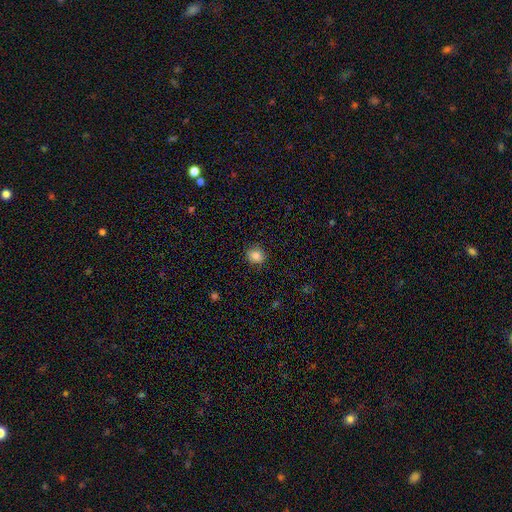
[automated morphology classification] Smooth or featured?
  - smooth: 84% *
  - star or artifact: 10%
  - featured or disk: 6%
How rounded?
  - round: 75% *
  - in between: 24%
  - cigar-shaped: 1%
Merging?
  - none: 86% *
  - minor disturbance: 11%
  - major disturbance: 3%
  - merger: 1%